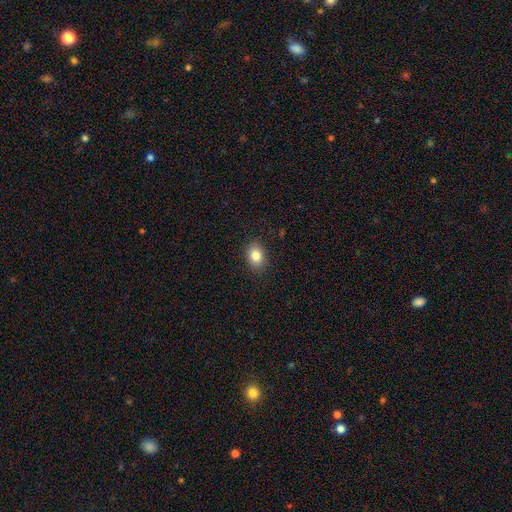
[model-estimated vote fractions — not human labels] Overall: smooth (83%). How rounded: in between (61%; round 38%). Merging: none (88%).